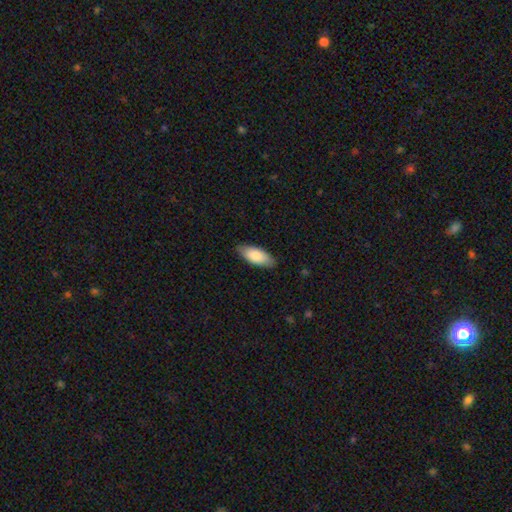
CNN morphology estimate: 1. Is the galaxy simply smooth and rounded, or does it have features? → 84% smooth, 11% featured or disk, 5% star or artifact.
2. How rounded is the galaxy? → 83% in between, 15% cigar-shaped, 2% round.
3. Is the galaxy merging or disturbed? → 84% none, 13% minor disturbance, 2% major disturbance, 1% merger.